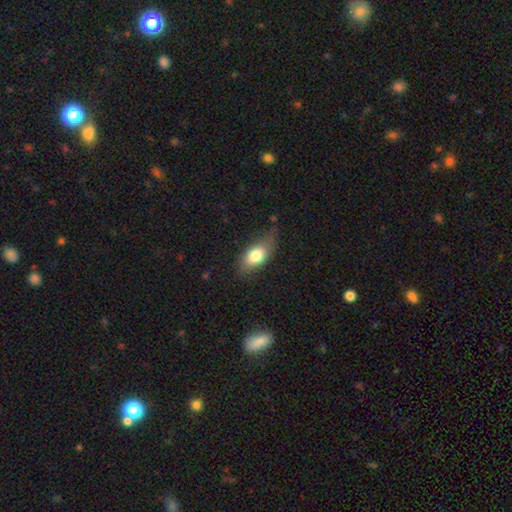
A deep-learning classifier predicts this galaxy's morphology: smooth-or-featured: smooth: 75% | featured or disk: 18% | star or artifact: 7%
  how-rounded: in between: 86% | cigar-shaped: 8% | round: 7%
  merging: none: 58% | minor disturbance: 29% | major disturbance: 11% | merger: 2%